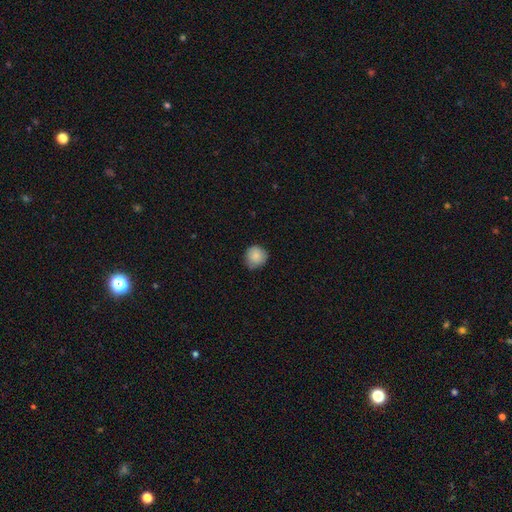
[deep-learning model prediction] The model was most divided on "merging": none: 77%, minor disturbance: 20%, major disturbance: 3%, merger: 1%. More confident: how rounded — round (92%); smooth or featured — smooth (86%).